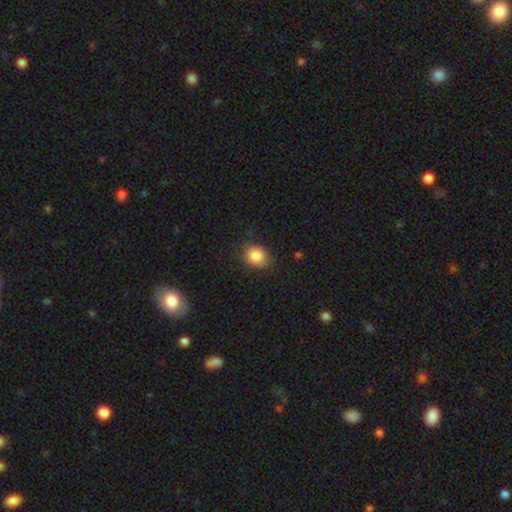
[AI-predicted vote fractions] Smooth or featured? Predicted: smooth (p=0.84). How rounded? Predicted: round (p=0.64). Merging? Predicted: none (p=0.74).